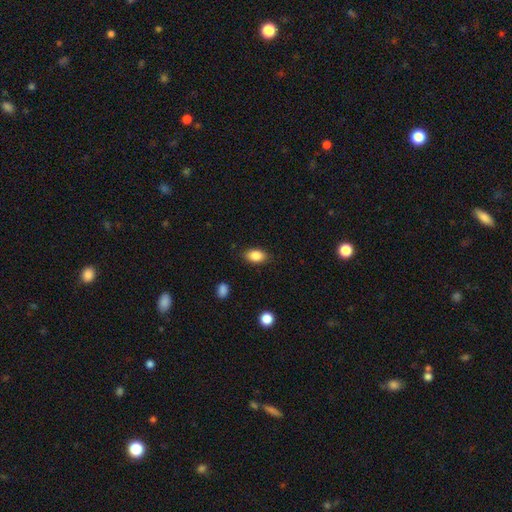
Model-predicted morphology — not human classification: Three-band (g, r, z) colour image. It shows a smooth galaxy with no disk features (86%) that is in between round and cigar-shaped (88%). Merging: none (85%).